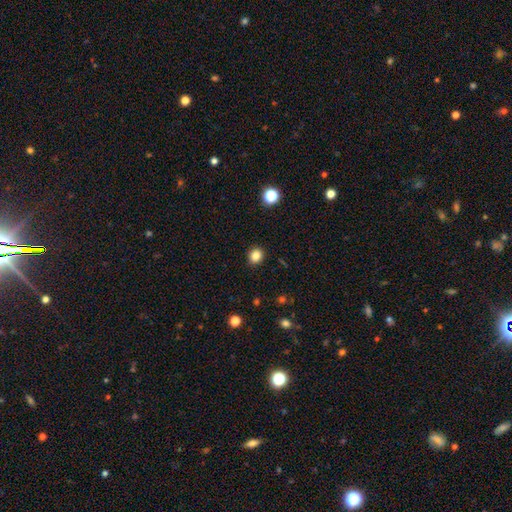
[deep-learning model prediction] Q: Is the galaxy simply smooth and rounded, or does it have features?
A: smooth — 84%.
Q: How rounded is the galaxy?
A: round — 69%.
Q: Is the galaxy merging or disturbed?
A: none — 90%.